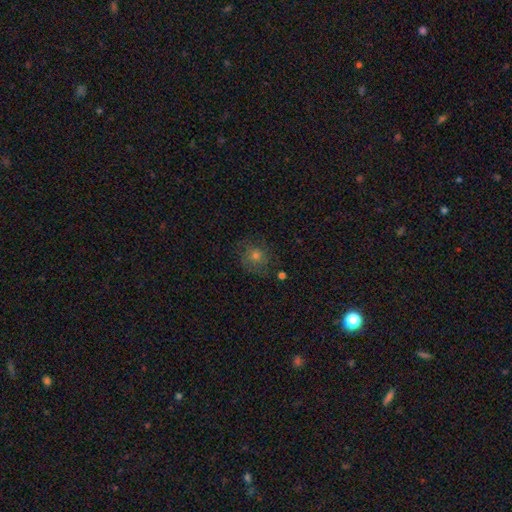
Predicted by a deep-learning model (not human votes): A smooth galaxy with no disk features (58%) that is round (83%).

Vote fractions:
- Smooth or featured? smooth: 58% / featured or disk: 22% / star or artifact: 20%
- How rounded? round: 83% / in between: 16% / cigar-shaped: 1%
- Merging? none: 73% / minor disturbance: 17% / major disturbance: 7% / merger: 2%